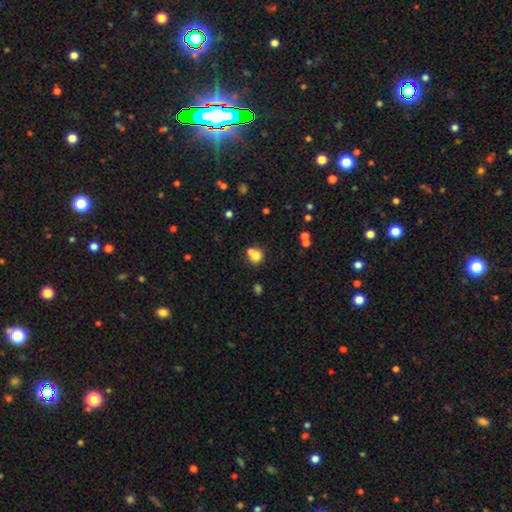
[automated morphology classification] A smooth galaxy with no disk features (73%) that is round (76%). Merging: merger (51%).